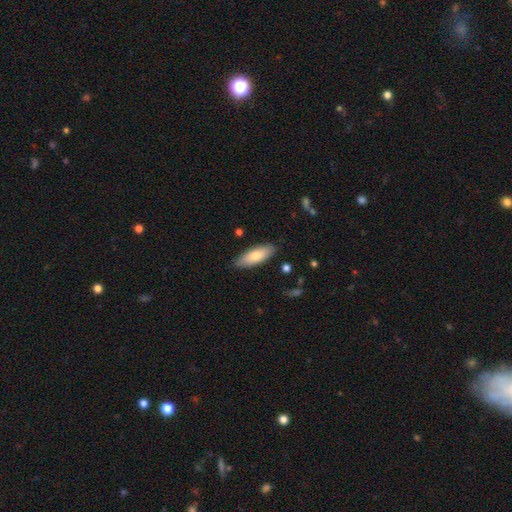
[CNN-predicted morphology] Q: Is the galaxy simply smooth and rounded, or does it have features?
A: smooth — 78%.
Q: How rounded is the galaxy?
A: in between — 72%.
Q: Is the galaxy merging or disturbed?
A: none — 85%.